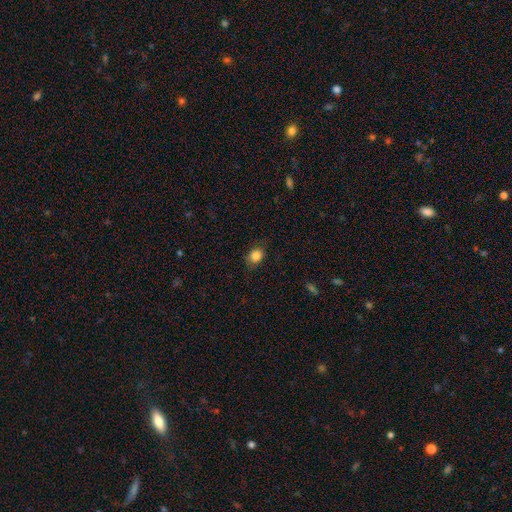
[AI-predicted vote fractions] A smooth galaxy with no disk features (85%) that is in between round and cigar-shaped (50%). Merging: none (77%).